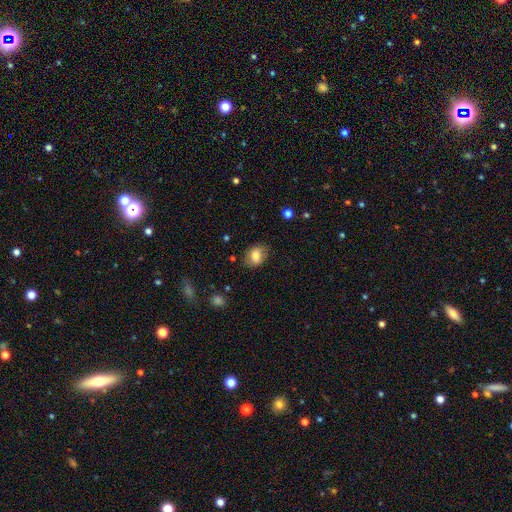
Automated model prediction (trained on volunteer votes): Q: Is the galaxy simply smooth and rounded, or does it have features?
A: smooth — 76%.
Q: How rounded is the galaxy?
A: in between — 59%.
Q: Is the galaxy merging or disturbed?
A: none — 72%.